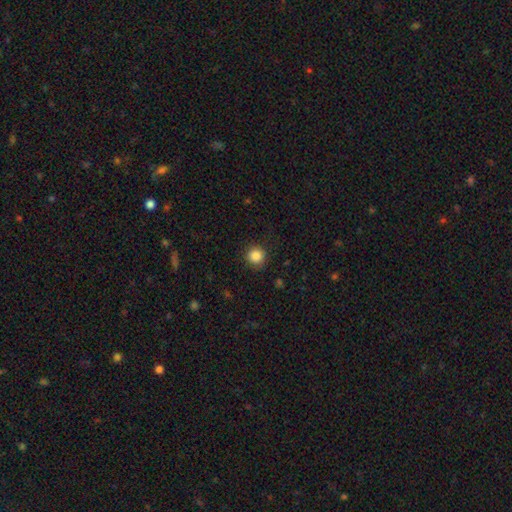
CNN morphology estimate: Overall: smooth (86%). How rounded: round (94%). Merging: none (90%).